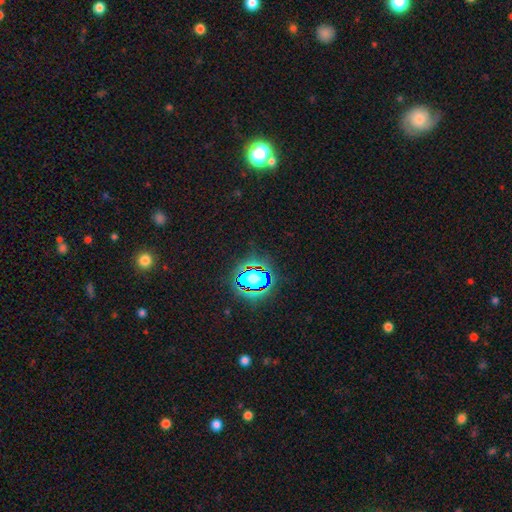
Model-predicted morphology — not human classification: Q: Smooth or featured?
A: star or artifact (80%); runner-up: smooth (13%)